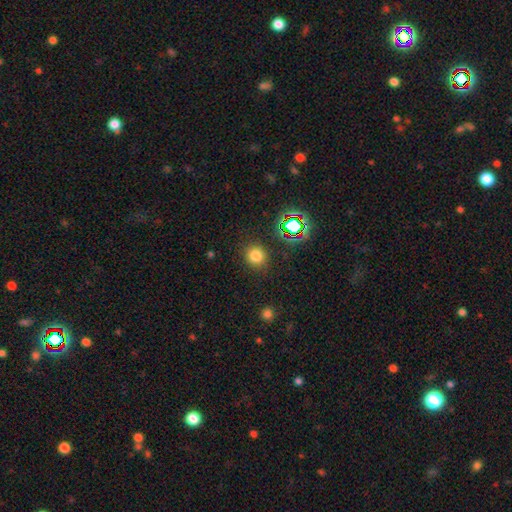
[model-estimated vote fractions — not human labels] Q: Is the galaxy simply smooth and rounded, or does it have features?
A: smooth — 75%.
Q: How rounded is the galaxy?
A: round — 88%.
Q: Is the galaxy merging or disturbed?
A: none — 87%.